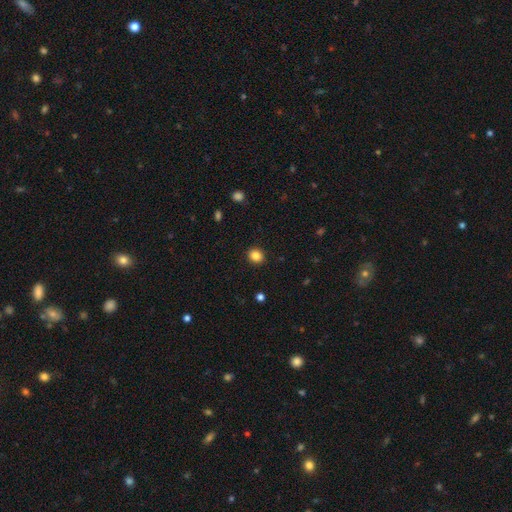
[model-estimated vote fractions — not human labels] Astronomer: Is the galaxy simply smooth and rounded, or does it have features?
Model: smooth — 86%.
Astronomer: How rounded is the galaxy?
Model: round — 75%.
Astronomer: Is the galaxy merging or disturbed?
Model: none — 91%.